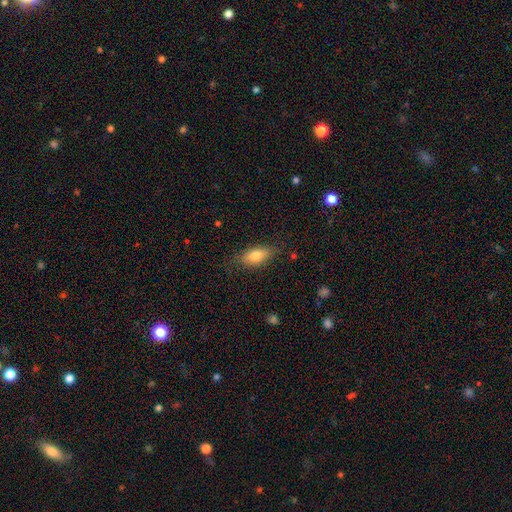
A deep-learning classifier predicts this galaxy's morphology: type=smooth (73%); roundness=in between (78%); merging=none (80%).